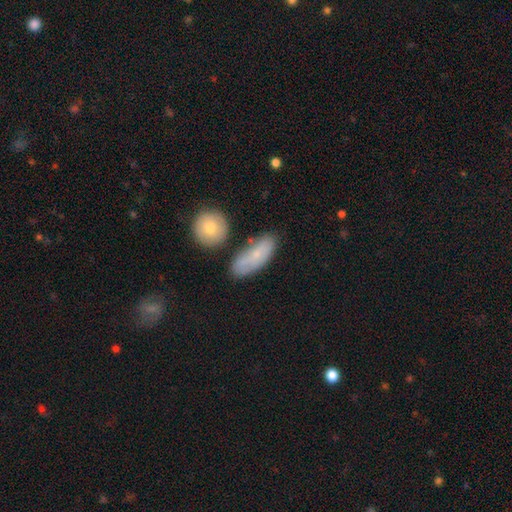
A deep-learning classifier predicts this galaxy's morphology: Smooth or featured: smooth — 67% (featured or disk — 26%)
How rounded: in between — 70% (cigar-shaped — 26%)
Merging: none — 67% (minor disturbance — 18%)